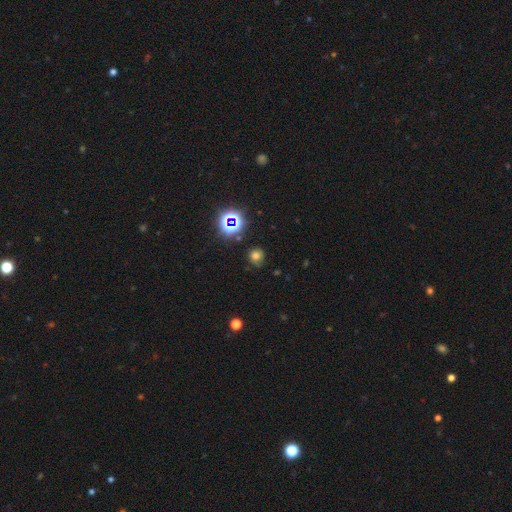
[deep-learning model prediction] smooth 63%, star or artifact 26%, featured or disk 11%. Down the decision tree: how rounded — round (83%); merging — none (72%).